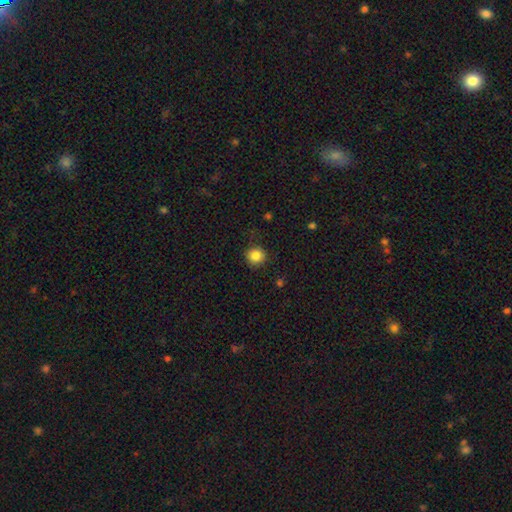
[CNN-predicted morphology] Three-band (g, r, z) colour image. It shows a smooth galaxy with no disk features (85%) that is round (92%). Merging: none (87%).